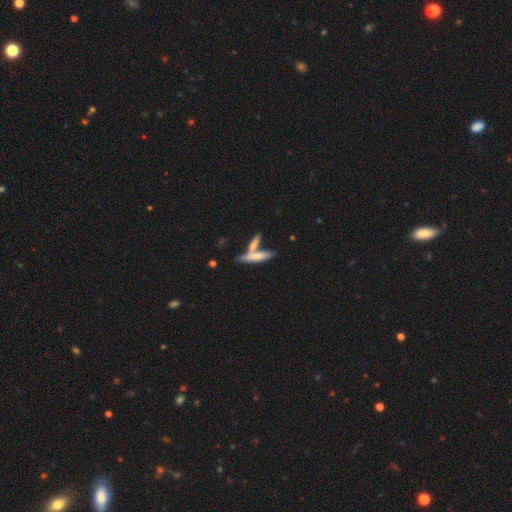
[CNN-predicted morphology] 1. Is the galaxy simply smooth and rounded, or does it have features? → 59% smooth, 33% featured or disk, 8% star or artifact.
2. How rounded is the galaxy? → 77% cigar-shaped, 20% in between, 2% round.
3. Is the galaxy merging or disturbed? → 46% none, 40% merger, 10% minor disturbance, 4% major disturbance.